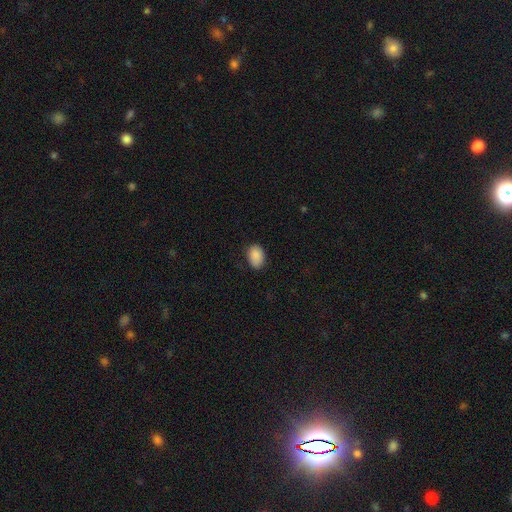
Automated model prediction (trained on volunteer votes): Q: Smooth or featured?
A: smooth (89%); runner-up: star or artifact (8%)
Q: How rounded?
A: in between (84%); runner-up: round (15%)
Q: Merging?
A: none (80%); runner-up: minor disturbance (16%)